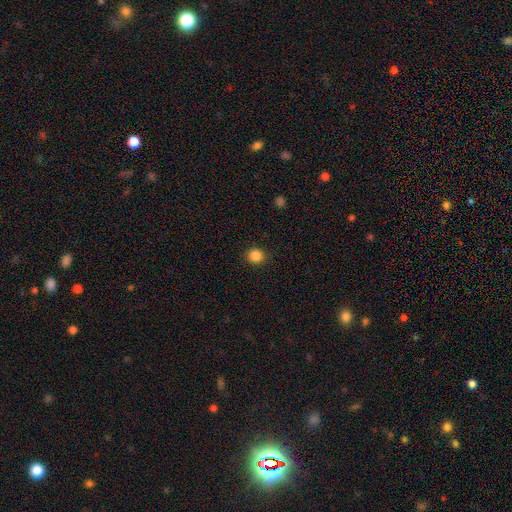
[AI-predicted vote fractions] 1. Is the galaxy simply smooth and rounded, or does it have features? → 86% smooth, 11% star or artifact, 3% featured or disk.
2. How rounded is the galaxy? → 91% round, 8% in between, 1% cigar-shaped.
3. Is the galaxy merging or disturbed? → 91% none, 6% minor disturbance, 2% major disturbance, 1% merger.